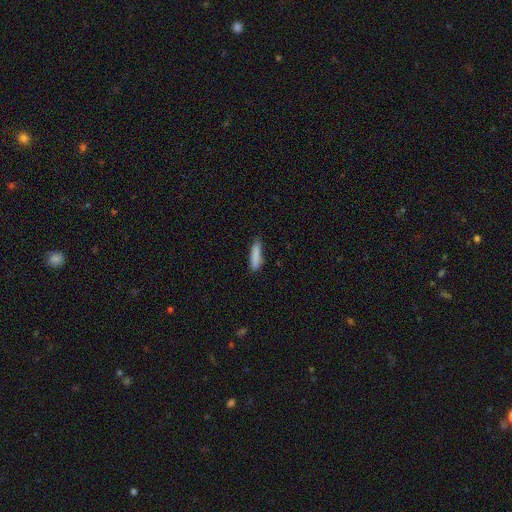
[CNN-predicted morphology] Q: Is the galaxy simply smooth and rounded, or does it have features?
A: smooth — 86%.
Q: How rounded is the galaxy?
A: cigar-shaped — 76%.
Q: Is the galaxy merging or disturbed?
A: none — 77%.